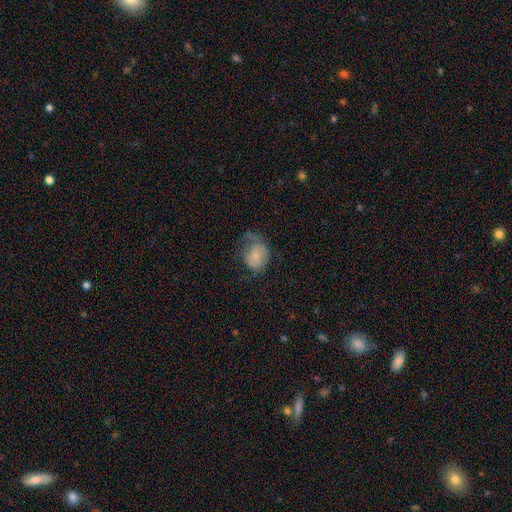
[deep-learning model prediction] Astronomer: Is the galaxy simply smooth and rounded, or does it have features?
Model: smooth — 65%.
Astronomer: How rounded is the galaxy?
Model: in between — 60% (runner-up: round, 39%).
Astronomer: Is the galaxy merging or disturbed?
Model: major disturbance — 37% (runner-up: minor disturbance, 31%).